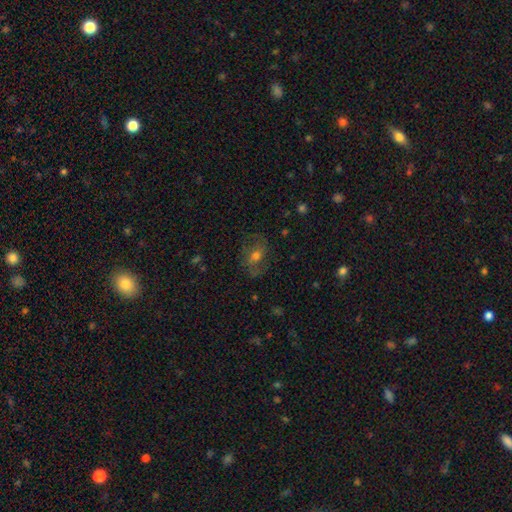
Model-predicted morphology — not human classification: Smooth or featured?
  - featured or disk: 46% *
  - smooth: 36%
  - star or artifact: 18%
Merging?
  - none: 73% *
  - minor disturbance: 17%
  - major disturbance: 9%
  - merger: 2%